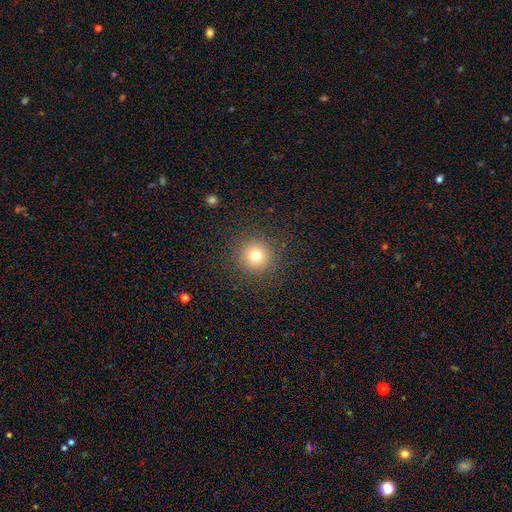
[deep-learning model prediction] Morphology: type=smooth (76%); roundness=round (95%); merging=none (90%).